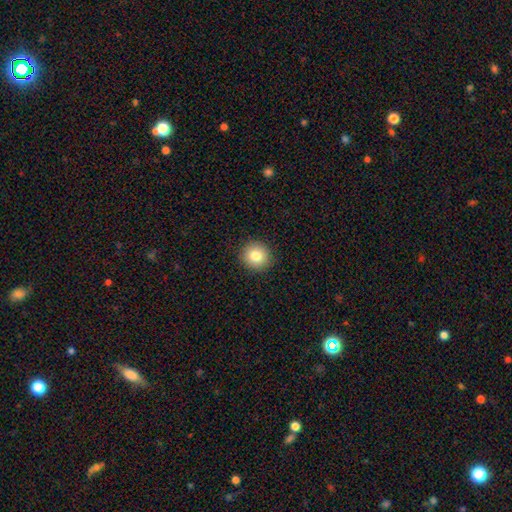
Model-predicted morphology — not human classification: Overall: smooth (81%). How rounded: round (93%). Merging: none (92%).